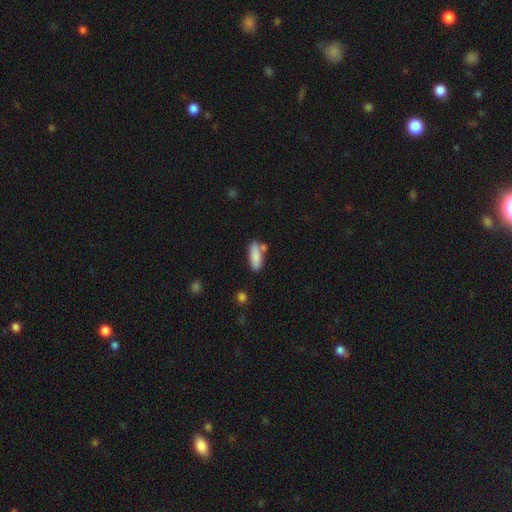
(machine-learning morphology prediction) type=smooth (85%); roundness=in between (68%); merging=none (69%).